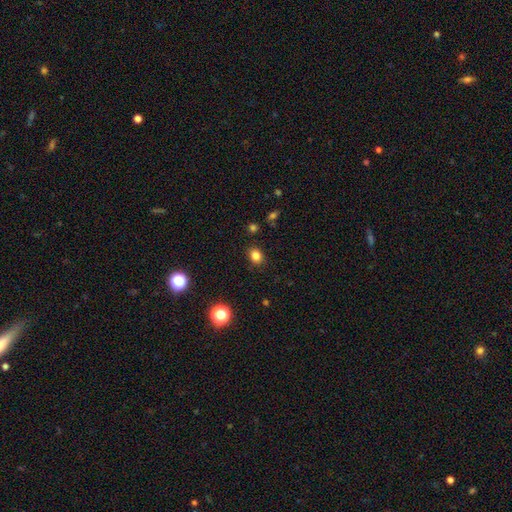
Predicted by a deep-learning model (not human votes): This appears to be a smooth galaxy with no disk features (82%) that is round (51%). Merging: none (88%).